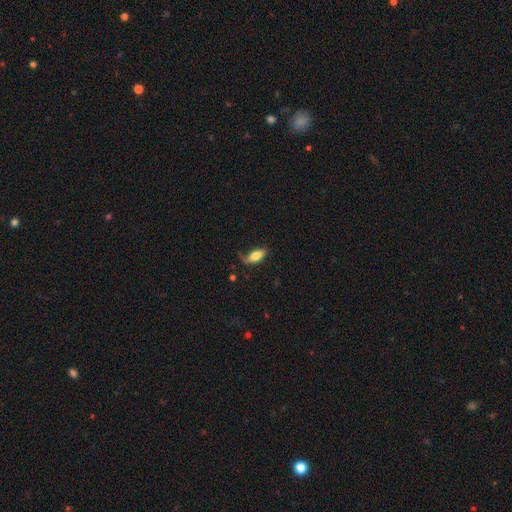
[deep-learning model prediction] This appears to be a smooth galaxy with no disk features (71%) that is in between round and cigar-shaped (82%). Merging: none (51%).